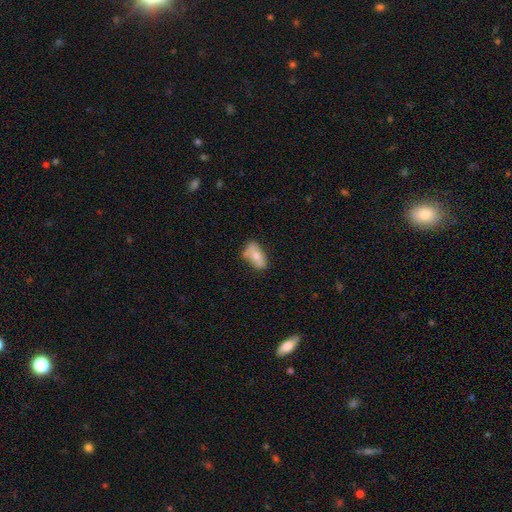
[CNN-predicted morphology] A smooth galaxy with no disk features (65%) that is in between round and cigar-shaped (89%). Merging: none (52%).